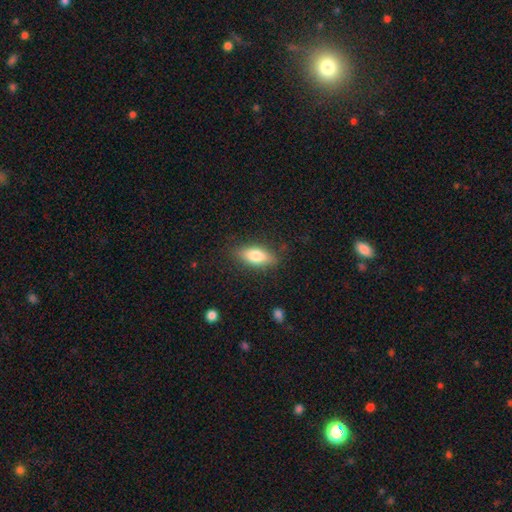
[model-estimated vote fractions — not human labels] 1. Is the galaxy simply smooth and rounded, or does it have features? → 76% smooth, 17% featured or disk, 7% star or artifact.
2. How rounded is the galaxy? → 78% in between, 18% cigar-shaped, 4% round.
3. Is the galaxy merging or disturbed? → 83% none, 12% minor disturbance, 3% major disturbance, 1% merger.